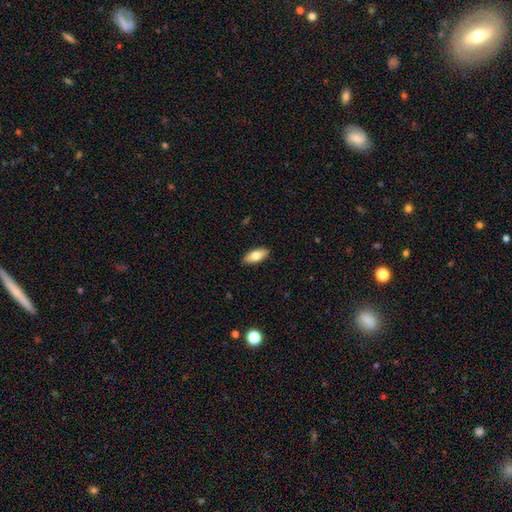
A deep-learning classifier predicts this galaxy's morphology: Smooth or featured? smooth (75%)
How rounded? in between (86%)
Merging? none (89%)